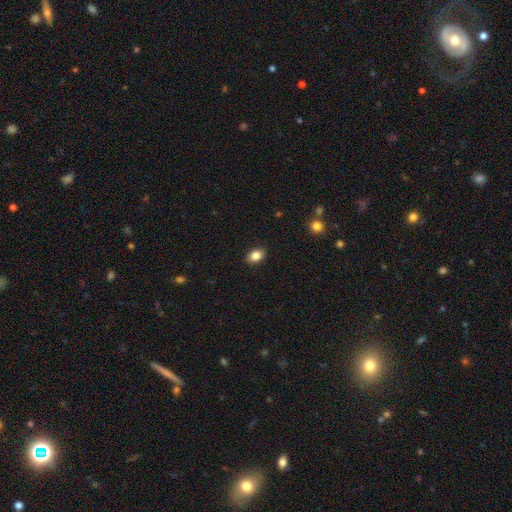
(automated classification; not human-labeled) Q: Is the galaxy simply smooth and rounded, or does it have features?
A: smooth — 85%.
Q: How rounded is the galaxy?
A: in between — 82%.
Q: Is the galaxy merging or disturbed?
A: none — 89%.